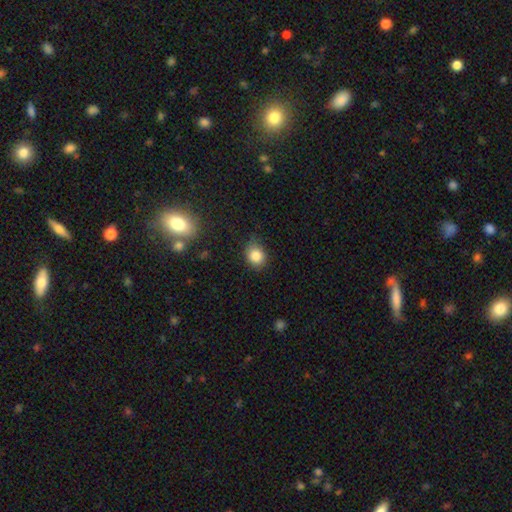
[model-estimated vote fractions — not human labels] This is clearly a smooth galaxy (84%). How rounded: likely round (63%). Merging: likely none (73%).